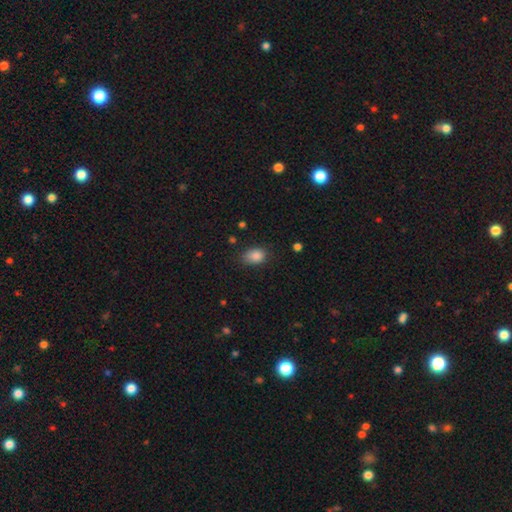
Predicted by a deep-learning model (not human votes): Smooth or featured?
  - smooth: 86% *
  - star or artifact: 9%
  - featured or disk: 5%
How rounded?
  - in between: 76% *
  - round: 23%
  - cigar-shaped: 1%
Merging?
  - none: 70% *
  - minor disturbance: 23%
  - major disturbance: 5%
  - merger: 1%